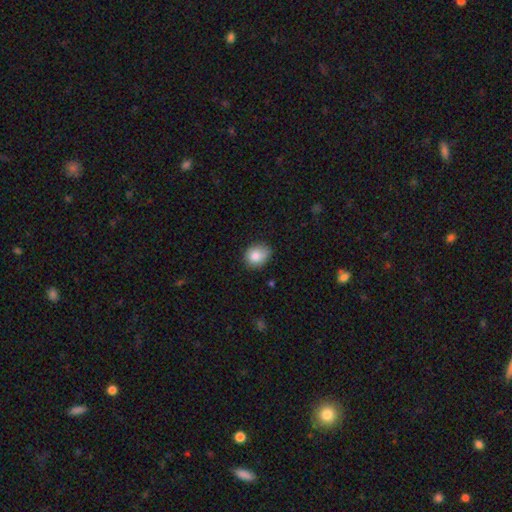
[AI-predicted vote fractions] Q: Smooth or featured?
A: smooth (84%); runner-up: star or artifact (9%)
Q: How rounded?
A: round (58%); runner-up: in between (41%)
Q: Merging?
A: none (66%); runner-up: minor disturbance (27%)